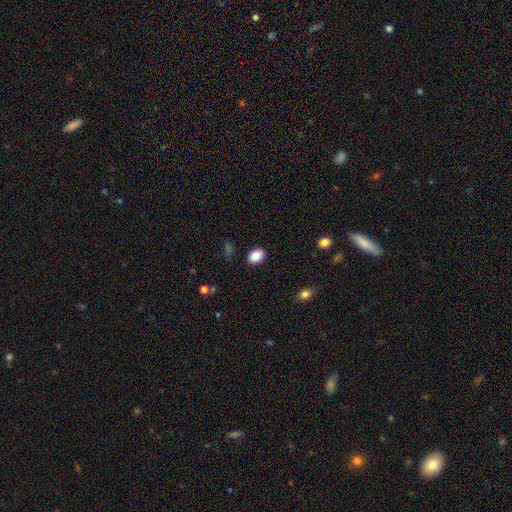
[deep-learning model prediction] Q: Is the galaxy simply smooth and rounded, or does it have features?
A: smooth — 86%.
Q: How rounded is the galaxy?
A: in between — 78%.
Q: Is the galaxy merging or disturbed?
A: none — 88%.